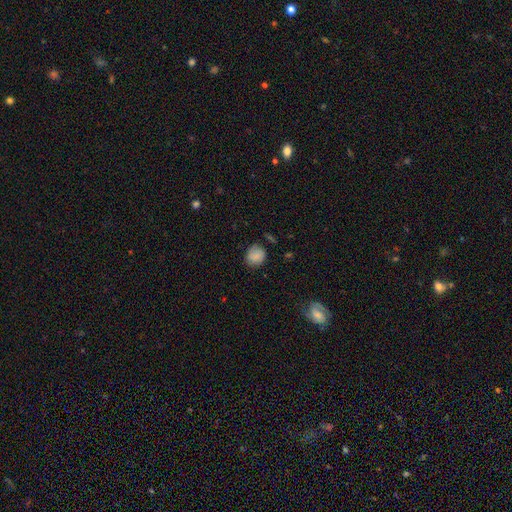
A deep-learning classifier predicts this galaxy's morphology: Overall: smooth (79%). How rounded: round (69%; in between 30%). Merging: none (67%).